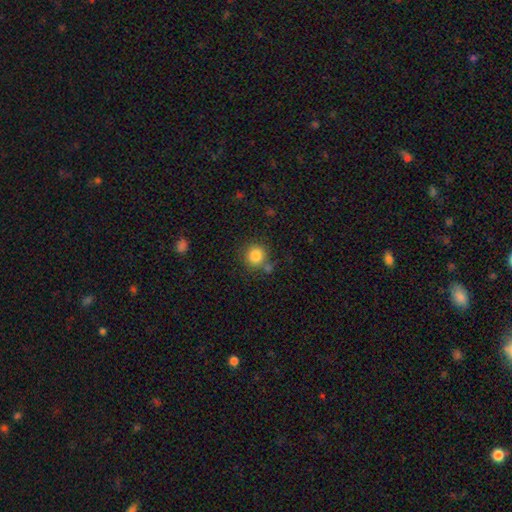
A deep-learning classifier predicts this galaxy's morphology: Q: Smooth or featured?
A: smooth (83%); runner-up: star or artifact (11%)
Q: How rounded?
A: round (92%); runner-up: in between (8%)
Q: Merging?
A: none (75%); runner-up: minor disturbance (11%)